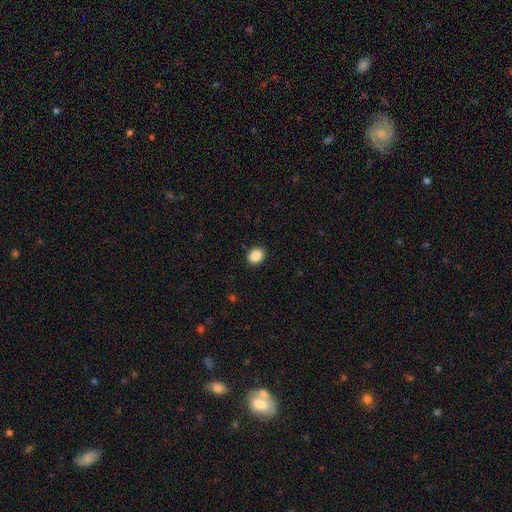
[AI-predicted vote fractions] Smooth or featured: smooth — 88% (star or artifact — 9%)
How rounded: round — 56% (in between — 43%)
Merging: none — 90% (minor disturbance — 7%)